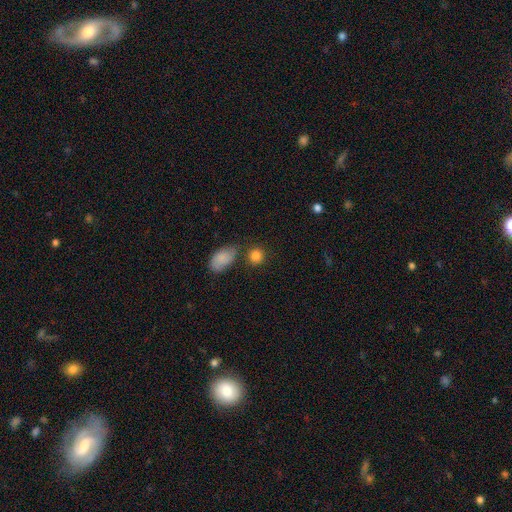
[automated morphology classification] The model was most divided on "merging": none: 71%, merger: 13%, minor disturbance: 12%, major disturbance: 4%. More confident: smooth or featured — smooth (85%); how rounded — round (81%).